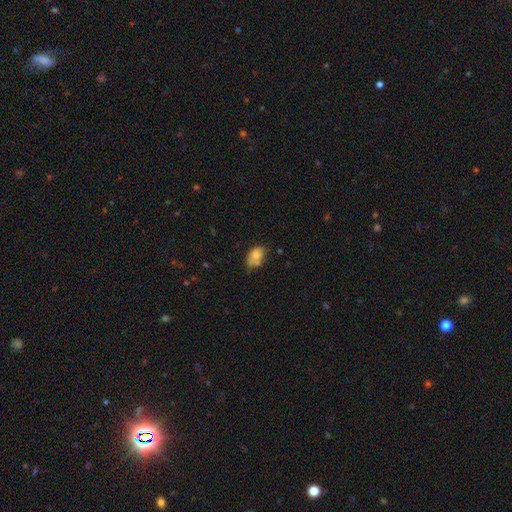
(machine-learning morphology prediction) This is likely a smooth galaxy (77%). How rounded: clearly in between (82%). Merging: possibly none (49%).